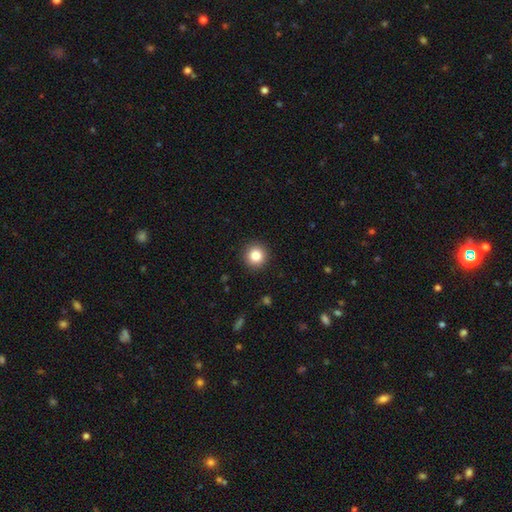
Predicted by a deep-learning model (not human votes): Smooth or featured?
  - smooth: 84% *
  - star or artifact: 10%
  - featured or disk: 6%
How rounded?
  - round: 95% *
  - in between: 4%
  - cigar-shaped: 1%
Merging?
  - none: 92% *
  - minor disturbance: 5%
  - major disturbance: 2%
  - merger: 1%